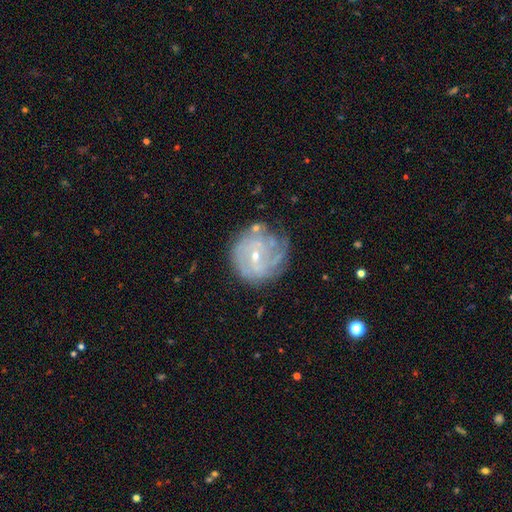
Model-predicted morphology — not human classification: This is likely a featured or disk galaxy (77%). It is clearly not viewed edge-on (97%). Bar: possibly no (46%). Spiral arm pattern: clearly yes (84%). Spiral arm count: marginally can't tell (44%). Spiral winding: likely tight (61%). Central bulge: likely small (68%). Merging: likely none (62%).